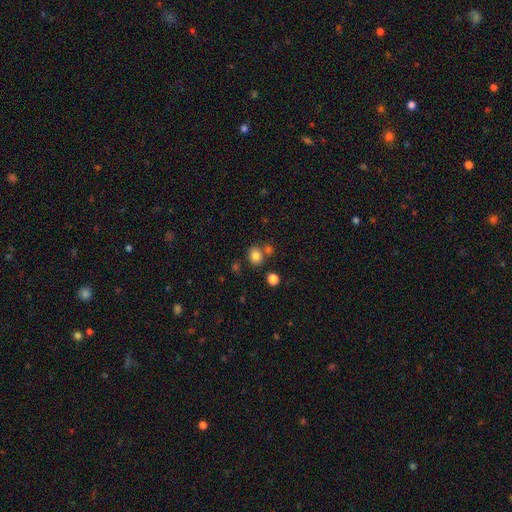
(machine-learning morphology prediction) A smooth galaxy with no disk features (81%) that is round (67%).

Vote fractions:
- Smooth or featured? smooth: 81% / star or artifact: 12% / featured or disk: 7%
- How rounded? round: 67% / in between: 32% / cigar-shaped: 1%
- Merging? none: 69% / merger: 17% / minor disturbance: 11% / major disturbance: 3%